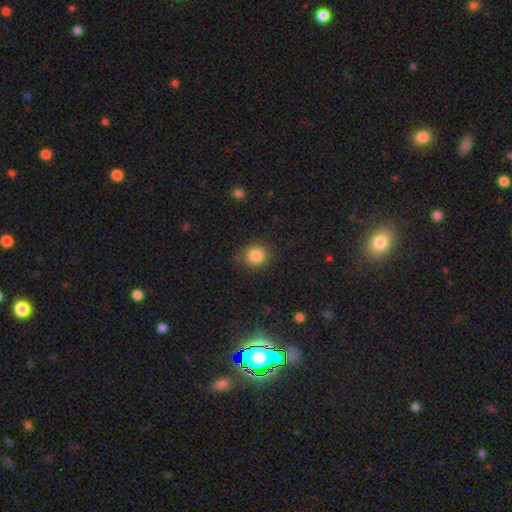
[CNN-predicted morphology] A smooth galaxy with no disk features (84%) that is round (79%).

Vote fractions:
- Smooth or featured? smooth: 84% / star or artifact: 10% / featured or disk: 6%
- How rounded? round: 79% / in between: 20% / cigar-shaped: 1%
- Merging? none: 85% / minor disturbance: 11% / major disturbance: 3% / merger: 2%